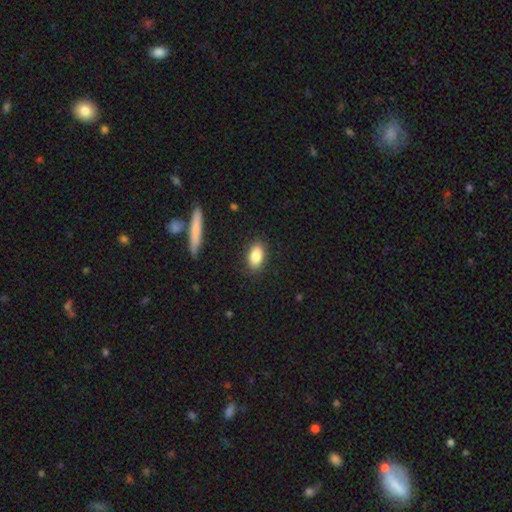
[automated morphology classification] Smooth or featured: smooth — 86% (star or artifact — 7%)
How rounded: in between — 88% (round — 6%)
Merging: none — 87% (minor disturbance — 9%)